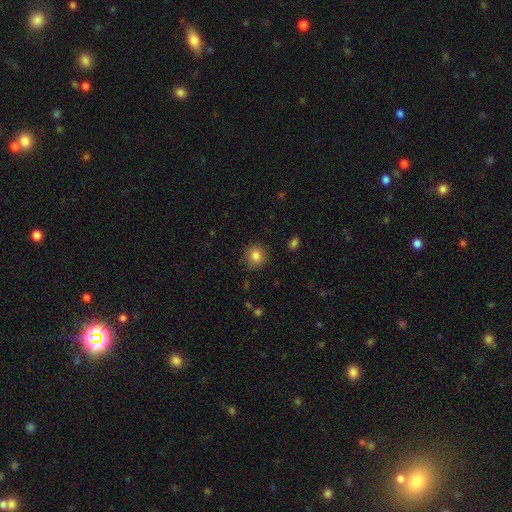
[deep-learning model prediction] smooth 84%, star or artifact 10%, featured or disk 6%. Down the decision tree: how rounded — round (89%); merging — none (86%).